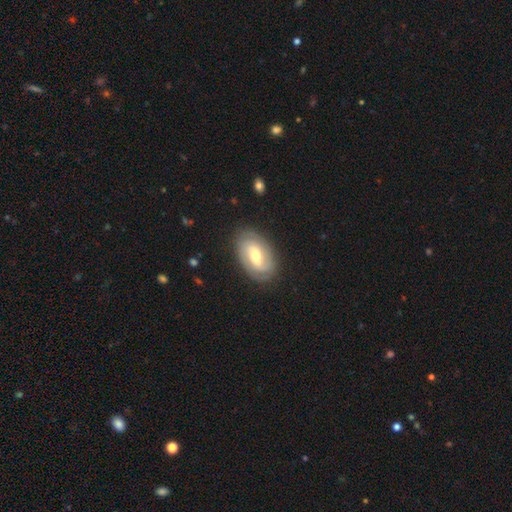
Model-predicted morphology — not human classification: Smooth or featured?
  - featured or disk: 71% *
  - smooth: 23%
  - star or artifact: 6%
Edge-on disk?
  - no: 95% *
  - yes: 5%
Bar?
  - weak: 47% *
  - no: 27%
  - strong: 26%
Spiral arms?
  - yes: 86% *
  - no: 14%
Spiral winding?
  - tight: 61% *
  - medium: 29%
  - loose: 10%
Spiral arm count?
  - 2: 63% *
  - can't tell: 22%
  - 3: 7%
  - 1: 3%
  - 4: 2%
  - more than 4: 2%
Bulge size?
  - moderate: 65% *
  - small: 25%
  - large: 7%
  - none: 1%
  - dominant: 1%
Merging?
  - none: 83% *
  - minor disturbance: 12%
  - major disturbance: 4%
  - merger: 1%